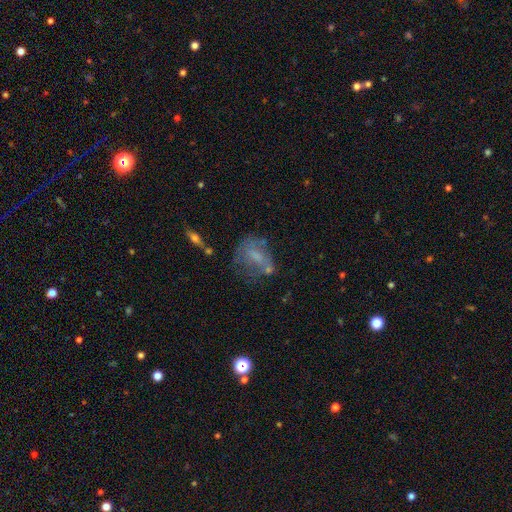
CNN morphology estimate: smooth-or-featured: smooth: 45% | featured or disk: 42% | star or artifact: 13%
  merging: none: 40% | major disturbance: 24% | minor disturbance: 23% | merger: 12%